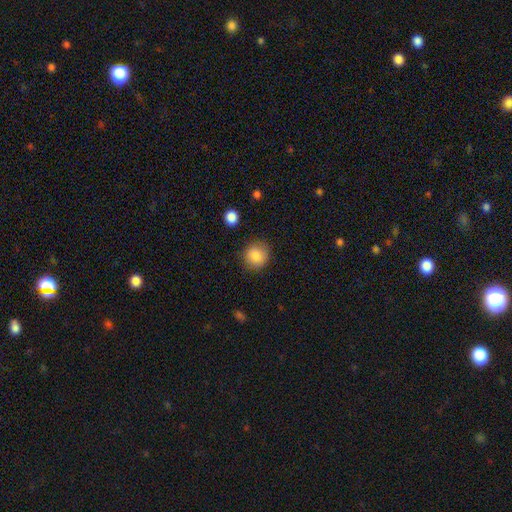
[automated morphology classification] Smooth or featured?
  - smooth: 86% *
  - star or artifact: 9%
  - featured or disk: 5%
How rounded?
  - round: 87% *
  - in between: 12%
  - cigar-shaped: 1%
Merging?
  - none: 83% *
  - minor disturbance: 12%
  - major disturbance: 3%
  - merger: 2%